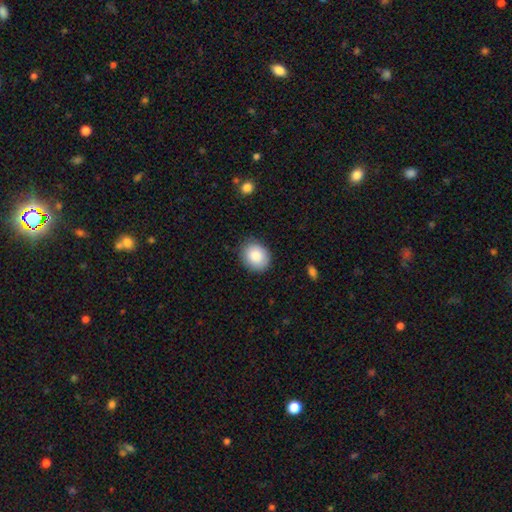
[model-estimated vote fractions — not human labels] A smooth galaxy with no disk features (85%) that is round (57%). Merging: none (84%).